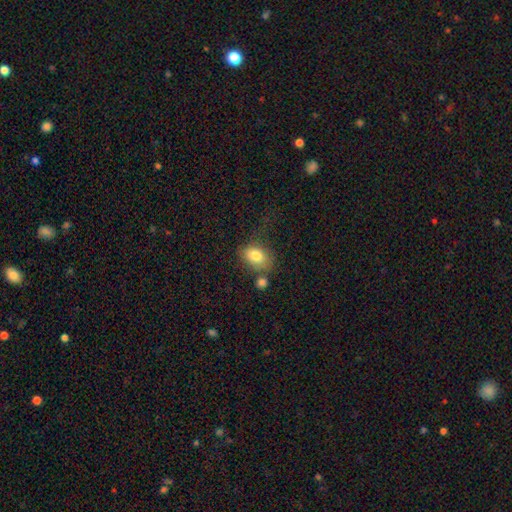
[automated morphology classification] A smooth galaxy with no disk features (80%) that is in between round and cigar-shaped (77%).

Vote fractions:
- Smooth or featured? smooth: 80% / featured or disk: 11% / star or artifact: 8%
- How rounded? in between: 77% / round: 22% / cigar-shaped: 1%
- Merging? none: 56% / minor disturbance: 20% / merger: 14% / major disturbance: 9%